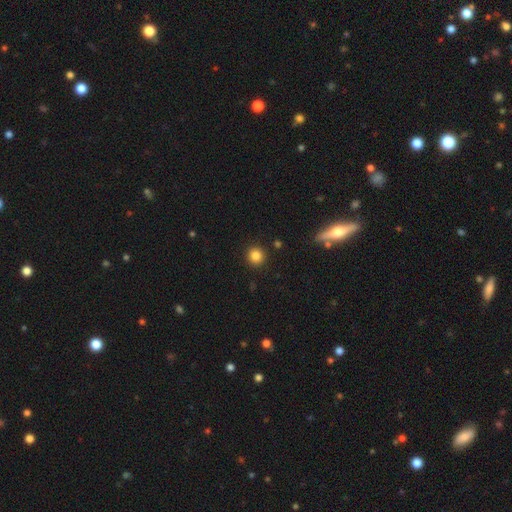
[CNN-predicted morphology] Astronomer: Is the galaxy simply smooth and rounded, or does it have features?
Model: smooth — 84%.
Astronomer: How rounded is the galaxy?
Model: round — 94%.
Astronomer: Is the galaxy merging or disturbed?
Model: none — 91%.